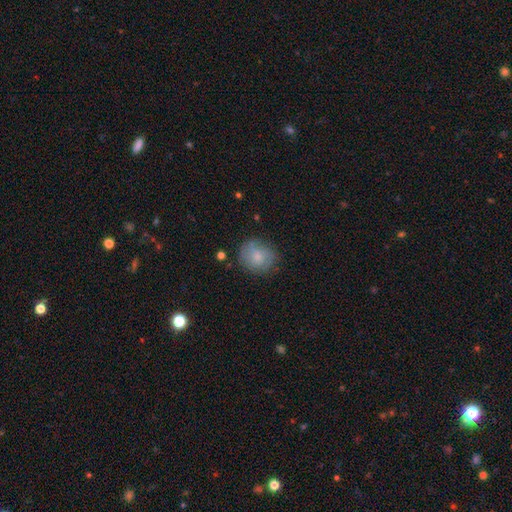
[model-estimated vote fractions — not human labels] The model was most divided on "smooth or featured": smooth: 66%, featured or disk: 26%, star or artifact: 8%. More confident: how rounded — round (81%); merging — none (72%).